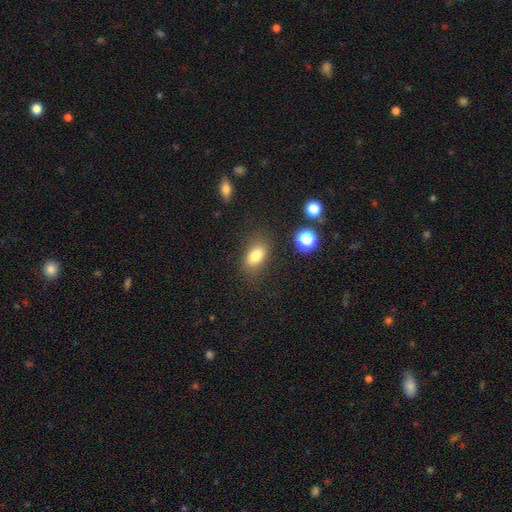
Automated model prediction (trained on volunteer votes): Smooth or featured: smooth — 80% (star or artifact — 11%)
How rounded: in between — 84% (round — 13%)
Merging: none — 79% (minor disturbance — 13%)